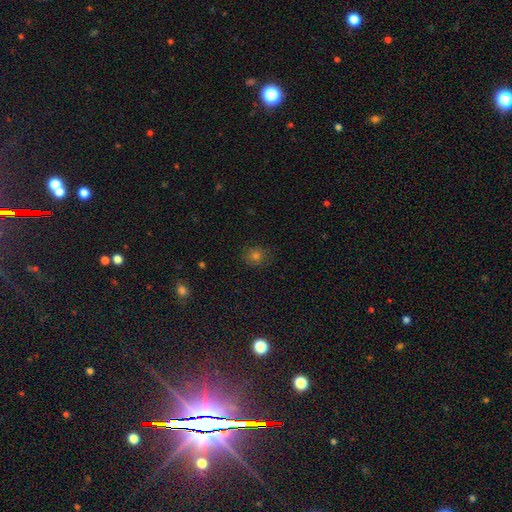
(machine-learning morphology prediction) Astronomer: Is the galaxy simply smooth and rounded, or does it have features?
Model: smooth — 69%.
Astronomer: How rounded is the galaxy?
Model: round — 79%.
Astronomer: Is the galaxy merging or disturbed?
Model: none — 85%.